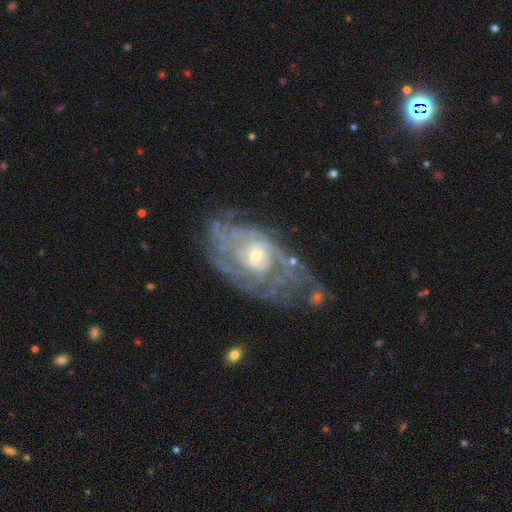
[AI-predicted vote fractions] Q: Smooth or featured?
A: featured or disk (86%); runner-up: smooth (7%)
Q: Edge-on disk?
A: no (95%); runner-up: yes (5%)
Q: Bar?
A: no (70%); runner-up: weak (24%)
Q: Spiral arms?
A: yes (91%); runner-up: no (9%)
Q: Spiral winding?
A: tight (67%); runner-up: medium (26%)
Q: Spiral arm count?
A: can't tell (47%); runner-up: 2 (17%)
Q: Bulge size?
A: small (62%); runner-up: moderate (33%)
Q: Merging?
A: none (57%); runner-up: minor disturbance (23%)